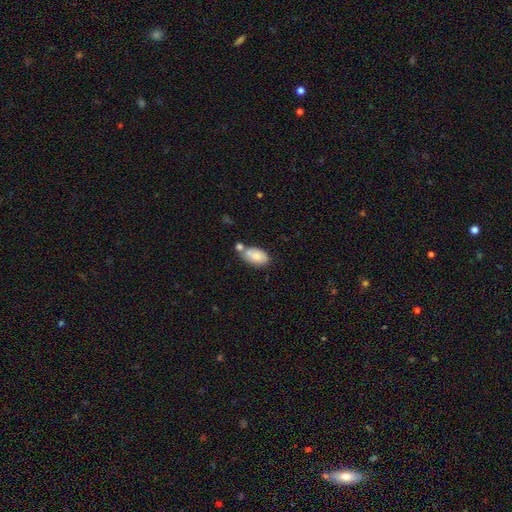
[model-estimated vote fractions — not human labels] A smooth galaxy with no disk features (79%) that is in between round and cigar-shaped (93%).

Vote fractions:
- Smooth or featured? smooth: 79% / featured or disk: 14% / star or artifact: 7%
- How rounded? in between: 93% / round: 5% / cigar-shaped: 2%
- Merging? none: 50% / merger: 27% / minor disturbance: 17% / major disturbance: 5%